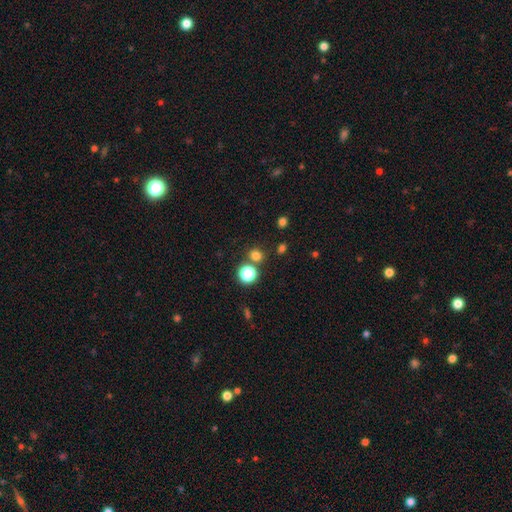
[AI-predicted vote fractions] This is likely a smooth galaxy (73%). How rounded: clearly round (84%). Merging: likely none (76%).